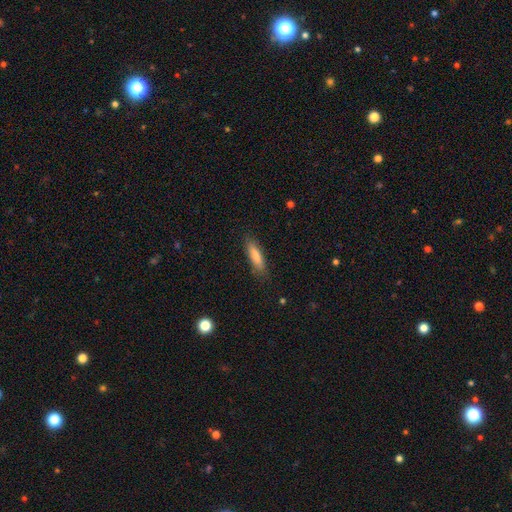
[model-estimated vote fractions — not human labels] Smooth or featured?
  - smooth: 79% *
  - featured or disk: 14%
  - star or artifact: 7%
How rounded?
  - cigar-shaped: 63% *
  - in between: 35%
  - round: 2%
Merging?
  - none: 84% *
  - minor disturbance: 12%
  - major disturbance: 3%
  - merger: 1%